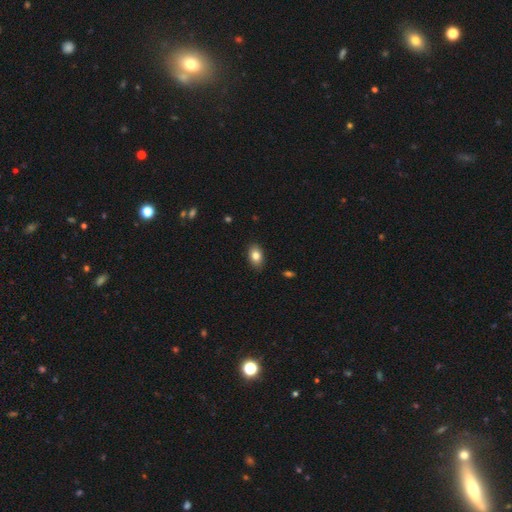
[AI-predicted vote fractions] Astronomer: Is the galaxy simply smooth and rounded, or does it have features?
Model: smooth — 82%.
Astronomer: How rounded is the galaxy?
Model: in between — 85%.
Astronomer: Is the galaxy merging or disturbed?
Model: none — 88%.